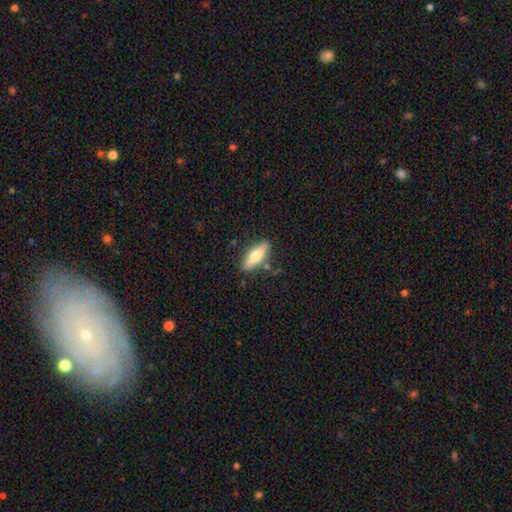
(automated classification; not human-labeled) Smooth or featured? Predicted: smooth (p=0.58). How rounded? Predicted: in between (p=0.51). Merging? Predicted: none (p=0.80).